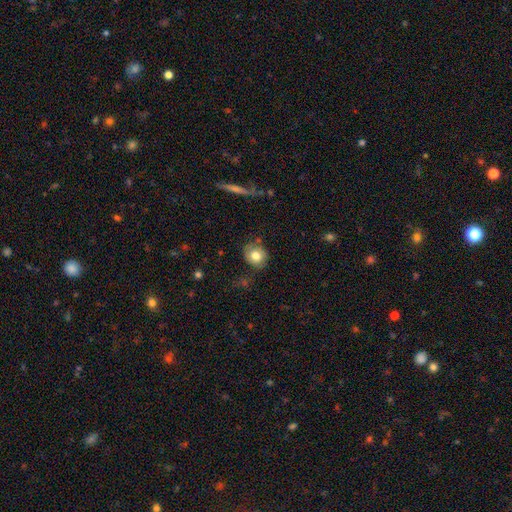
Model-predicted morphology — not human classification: The model was most divided on "merging": none: 74%, minor disturbance: 18%, major disturbance: 5%, merger: 3%. More confident: how rounded — round (79%); smooth or featured — smooth (77%).